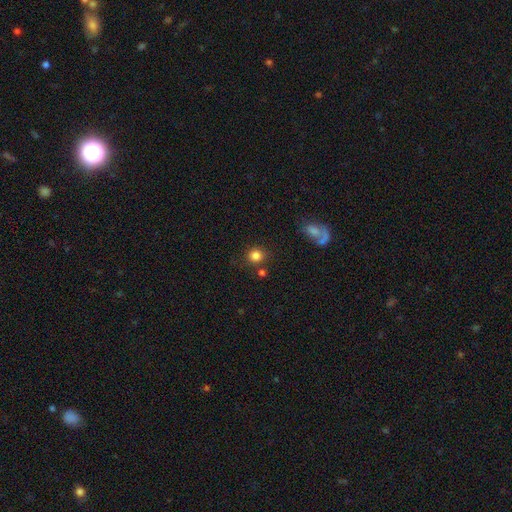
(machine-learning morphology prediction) Smooth or featured? Predicted: smooth (p=0.83). How rounded? Predicted: round (p=0.87). Merging? Predicted: none (p=0.79).